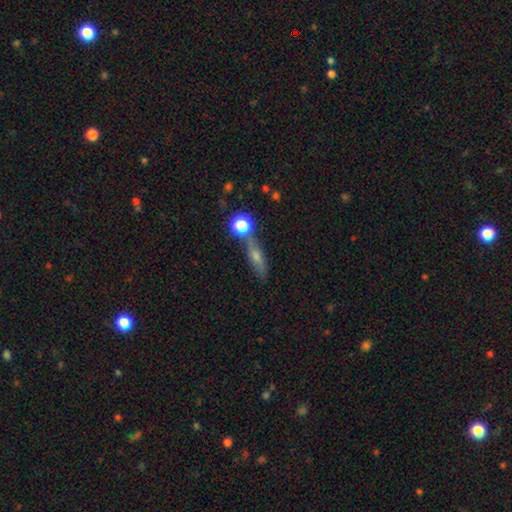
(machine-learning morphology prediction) smooth_or_featured: smooth (p=0.45) [alt: featured or disk p=0.38]
merging: none (p=0.63) [alt: merger p=0.17]